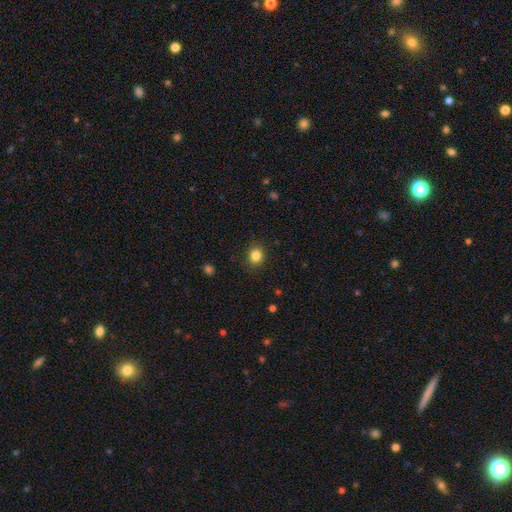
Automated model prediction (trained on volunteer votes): This appears to be a smooth galaxy with no disk features (84%) that is round (81%). Merging: none (90%).